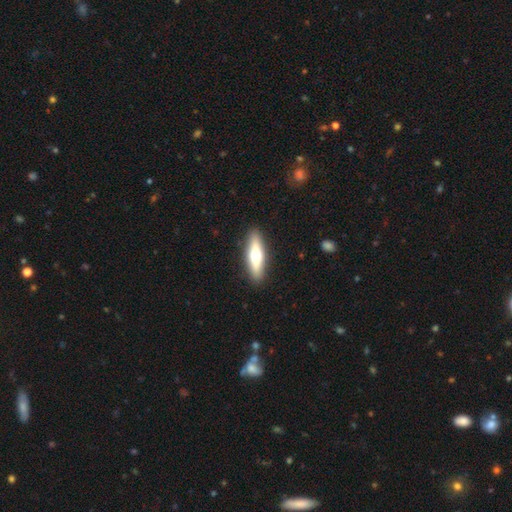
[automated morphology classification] smooth 53%, featured or disk 42%, star or artifact 6%. Down the decision tree: how rounded — cigar-shaped (66%); merging — none (90%).